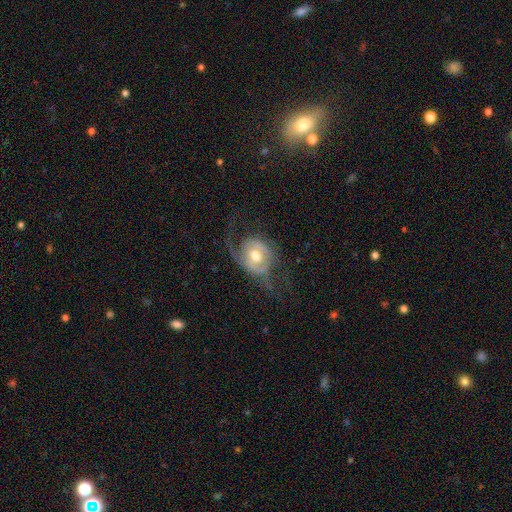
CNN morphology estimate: Smooth or featured? featured or disk (76%)
Edge-on disk? no (96%)
Bar? no (58%)
Spiral arms? yes (83%)
Spiral winding? loose (48%)
Spiral arm count? 2 (66%)
Bulge size? moderate (74%)
Merging? none (49%)